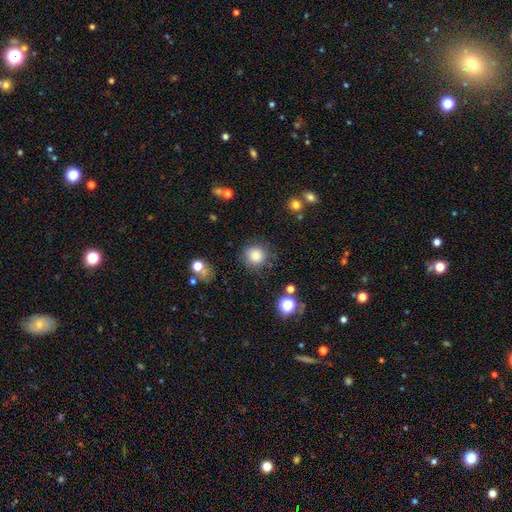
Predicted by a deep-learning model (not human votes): smooth_or_featured: smooth (p=0.84) [alt: star or artifact p=0.11]
how_rounded: round (p=0.91) [alt: in between p=0.08]
merging: none (p=0.82) [alt: minor disturbance p=0.11]